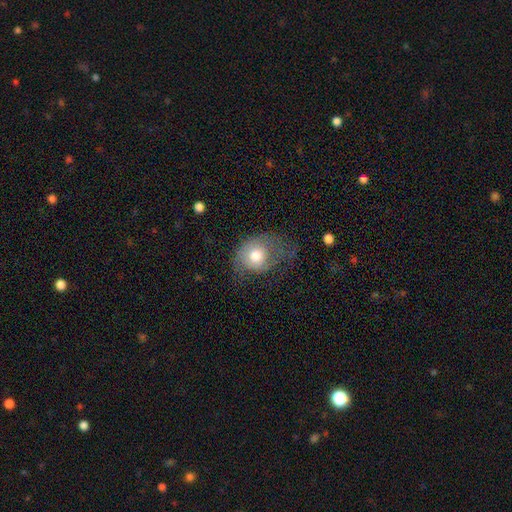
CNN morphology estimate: Smooth or featured? Predicted: smooth (p=0.69). How rounded? Predicted: round (p=0.58). Merging? Predicted: major disturbance (p=0.40).